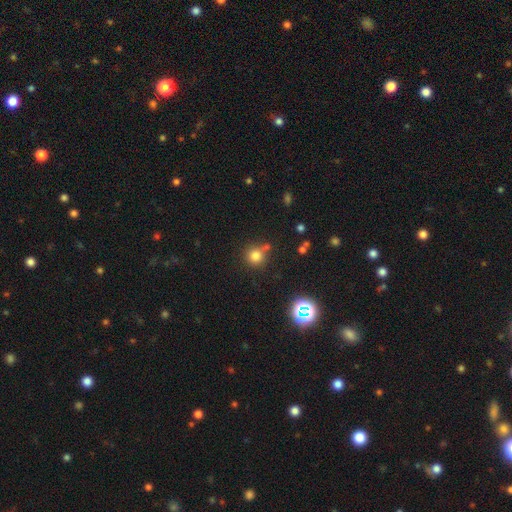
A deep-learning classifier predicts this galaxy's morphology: Smooth or featured? smooth (77%)
How rounded? round (91%)
Merging? none (68%)